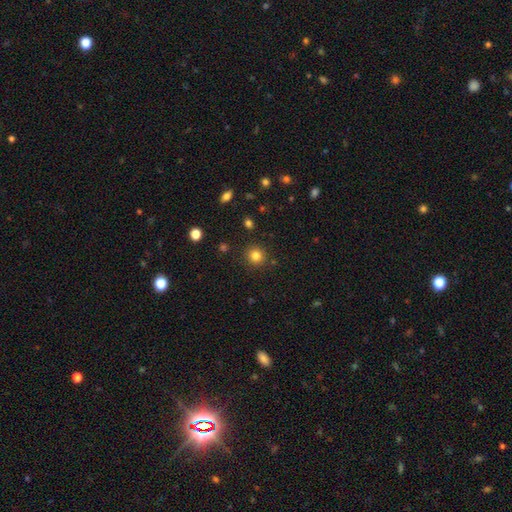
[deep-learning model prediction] Smooth or featured? Predicted: smooth (p=0.82). How rounded? Predicted: round (p=0.92). Merging? Predicted: none (p=0.89).